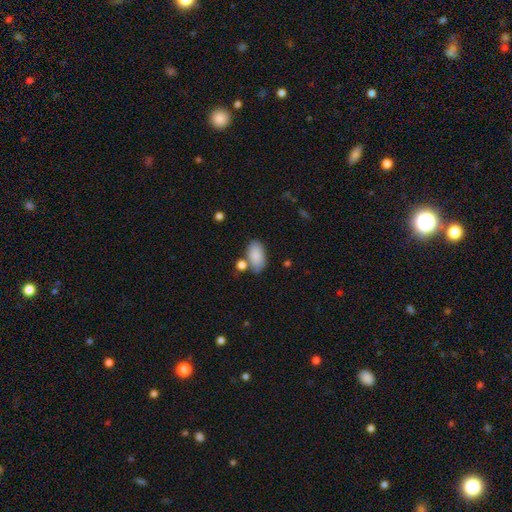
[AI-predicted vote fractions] Overall: smooth (86%). How rounded: in between (93%). Merging: none (63%).